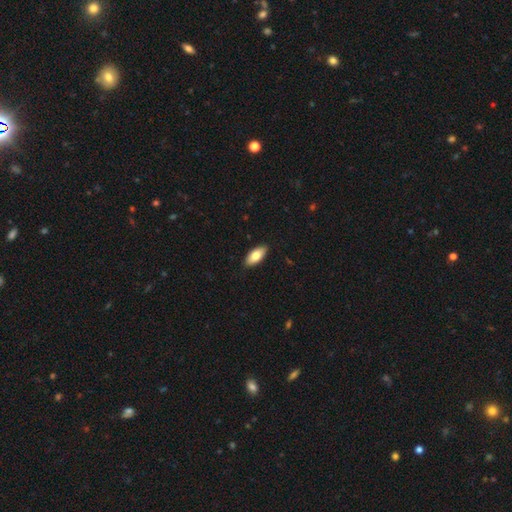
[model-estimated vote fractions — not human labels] Q: Smooth or featured?
A: smooth (81%); runner-up: featured or disk (13%)
Q: How rounded?
A: in between (88%); runner-up: cigar-shaped (10%)
Q: Merging?
A: none (90%); runner-up: minor disturbance (8%)